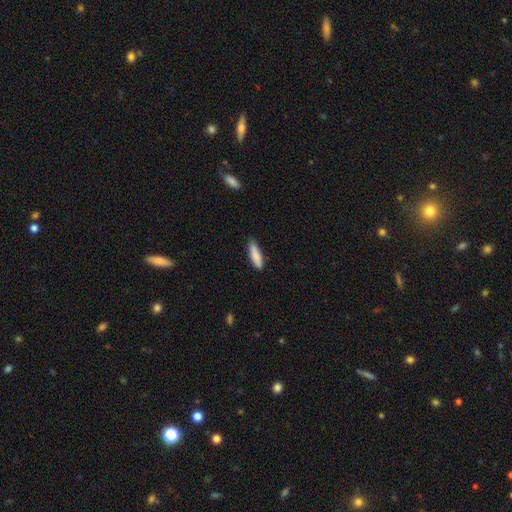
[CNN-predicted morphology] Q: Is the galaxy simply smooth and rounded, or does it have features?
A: smooth — 86%.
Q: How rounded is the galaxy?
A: cigar-shaped — 64%.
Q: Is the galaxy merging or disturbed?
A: none — 80%.